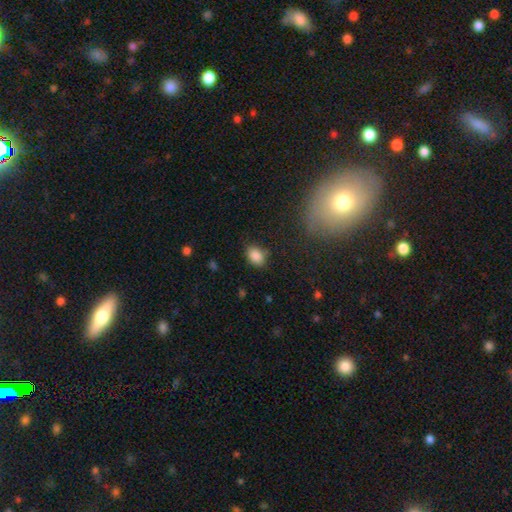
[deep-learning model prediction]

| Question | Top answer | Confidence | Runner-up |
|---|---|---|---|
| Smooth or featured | smooth | 86% | star or artifact (9%) |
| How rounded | in between | 75% | round (23%) |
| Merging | none | 74% | minor disturbance (20%) |